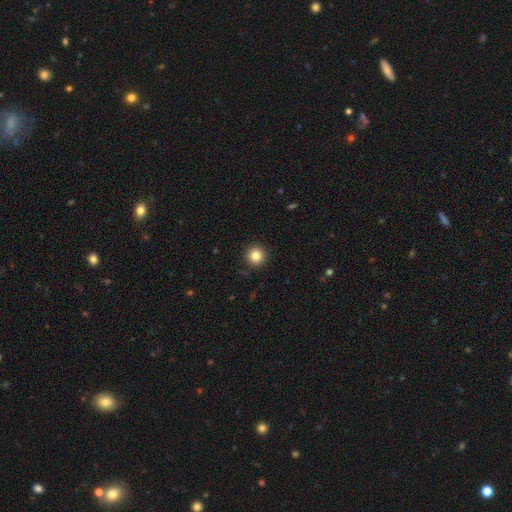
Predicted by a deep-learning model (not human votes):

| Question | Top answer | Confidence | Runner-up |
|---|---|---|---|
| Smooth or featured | smooth | 83% | star or artifact (11%) |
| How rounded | round | 95% | in between (4%) |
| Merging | none | 91% | minor disturbance (6%) |